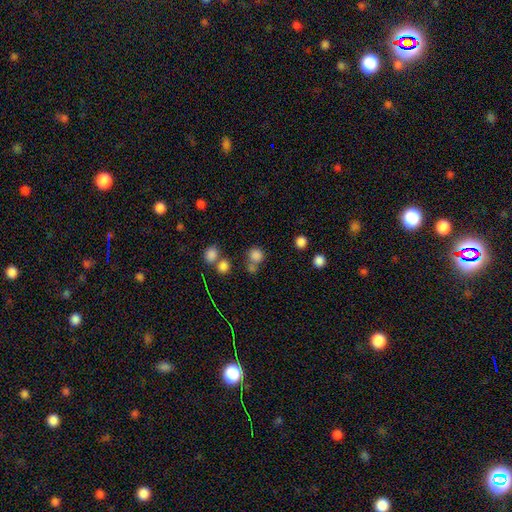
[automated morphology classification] smooth 79%, star or artifact 15%, featured or disk 6%. Down the decision tree: how rounded — round (88%); merging — none (60%).